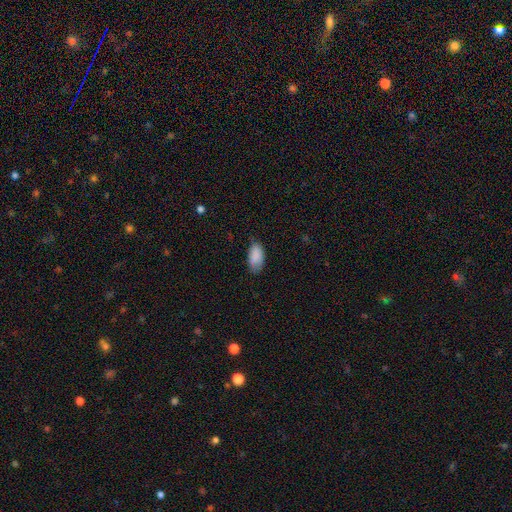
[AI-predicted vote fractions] A smooth galaxy with no disk features (88%) that is in between round and cigar-shaped (94%). Merging: none (70%).